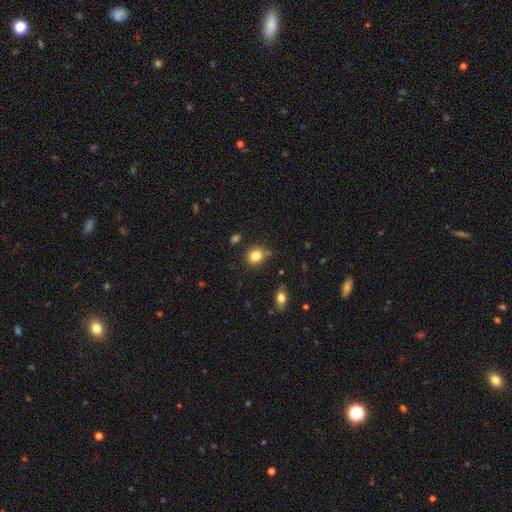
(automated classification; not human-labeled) The model was most divided on "how rounded": round: 70%, in between: 29%, cigar-shaped: 1%. More confident: smooth or featured — smooth (83%); merging — none (80%).